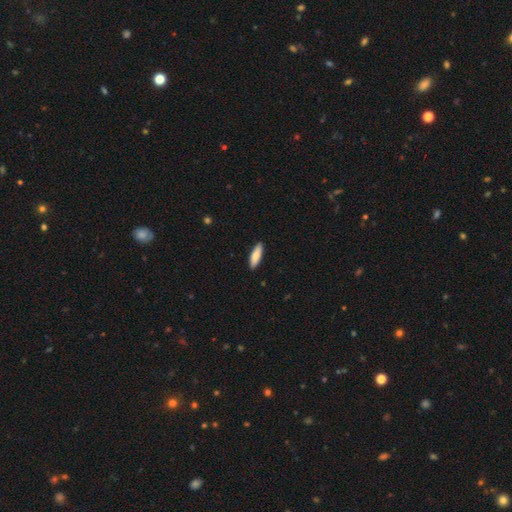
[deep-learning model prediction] This is likely a smooth galaxy (76%). How rounded: possibly cigar-shaped (57%). Merging: clearly none (91%).